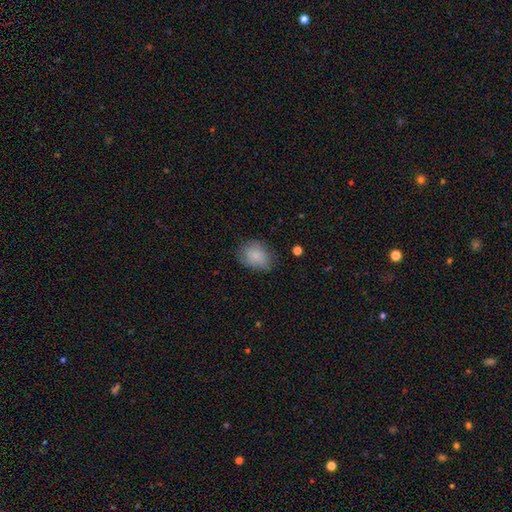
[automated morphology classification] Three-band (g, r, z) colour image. It shows a smooth galaxy with no disk features (84%) that is in between round and cigar-shaped (60%). Merging: none (71%).